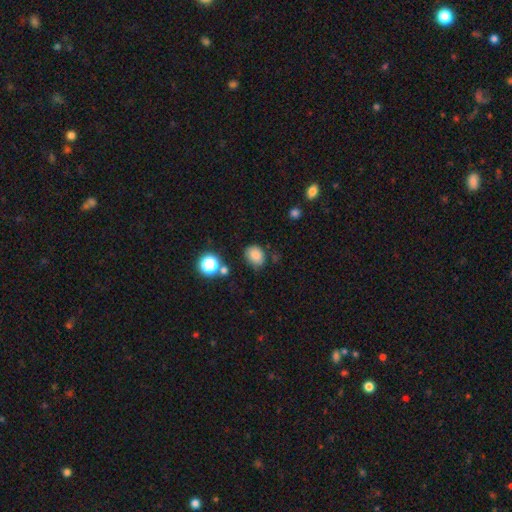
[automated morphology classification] type=smooth (82%); roundness=round (51%); merging=none (74%).